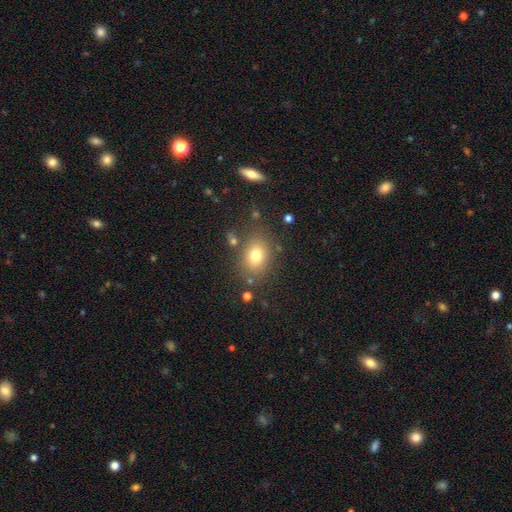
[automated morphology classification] Q: Smooth or featured?
A: smooth (76%); runner-up: star or artifact (12%)
Q: How rounded?
A: in between (66%); runner-up: round (33%)
Q: Merging?
A: none (79%); runner-up: minor disturbance (12%)